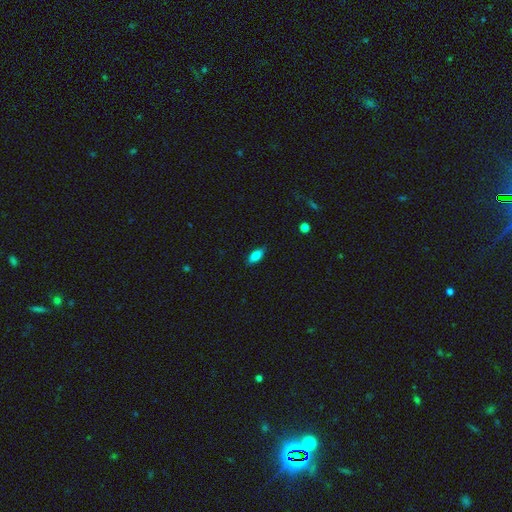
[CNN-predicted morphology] type=smooth (81%); roundness=in between (83%); merging=none (85%).